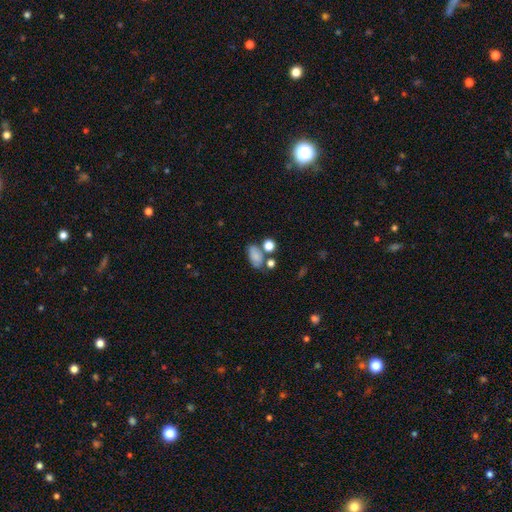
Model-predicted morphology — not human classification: smooth_or_featured: smooth (p=0.75) [alt: featured or disk p=0.13]
how_rounded: in between (p=0.86) [alt: round p=0.12]
merging: none (p=0.50) [alt: merger p=0.22]